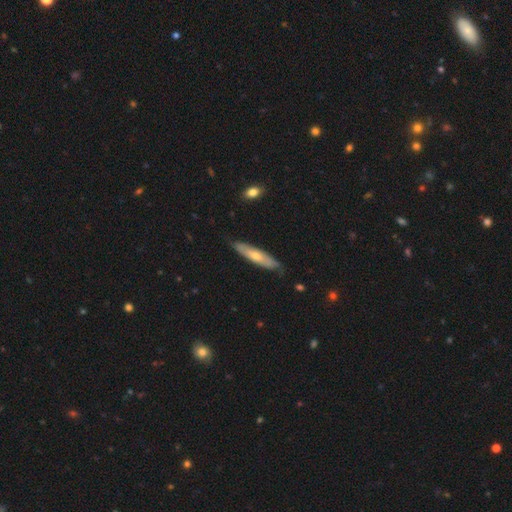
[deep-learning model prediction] This appears to be a smooth galaxy with no disk features (52%) that is cigar-shaped (80%). Merging: none (77%).